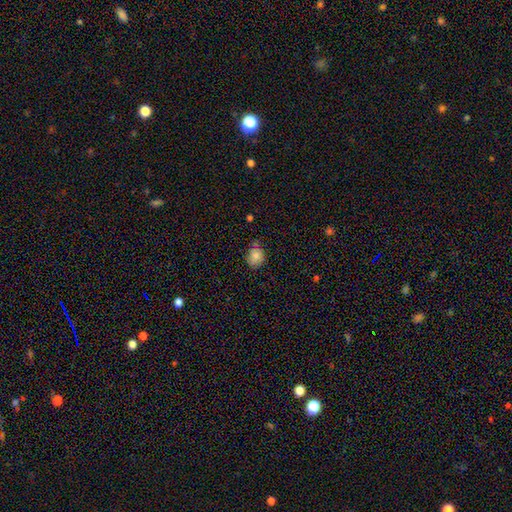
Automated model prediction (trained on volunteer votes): Smooth or featured: smooth — 83% (star or artifact — 10%)
How rounded: round — 57% (in between — 42%)
Merging: none — 63% (minor disturbance — 28%)